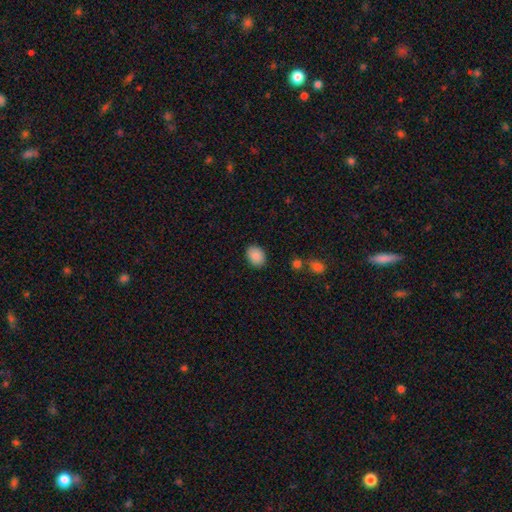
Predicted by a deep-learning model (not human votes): smooth 89%, star or artifact 8%, featured or disk 3%. Down the decision tree: how rounded — in between (69%); merging — none (86%).